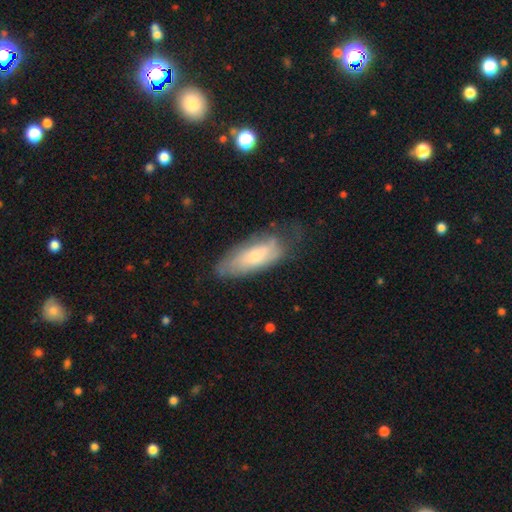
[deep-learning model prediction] smooth 49%, featured or disk 44%, star or artifact 7%. Down the decision tree: merging — none (58%).